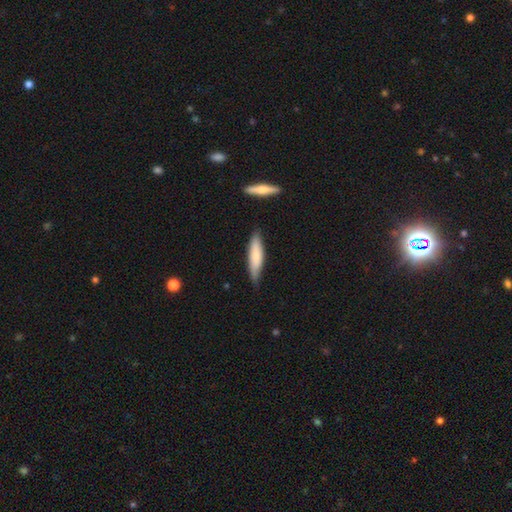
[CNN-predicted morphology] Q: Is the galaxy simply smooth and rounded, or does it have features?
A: smooth — 72%.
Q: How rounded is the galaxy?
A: cigar-shaped — 73%.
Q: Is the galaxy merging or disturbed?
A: none — 73%.